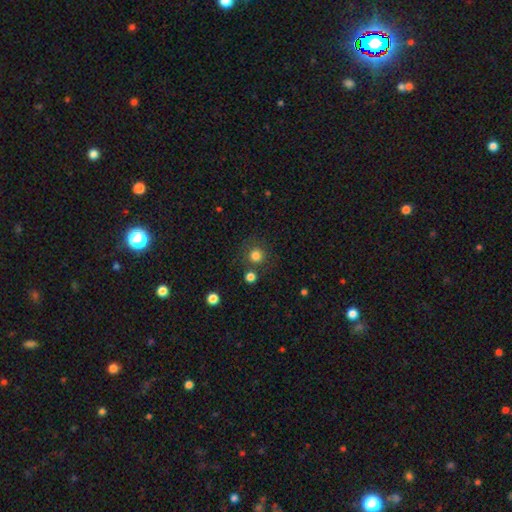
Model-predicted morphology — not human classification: Smooth or featured? Predicted: smooth (p=0.81). How rounded? Predicted: round (p=0.94). Merging? Predicted: none (p=0.79).